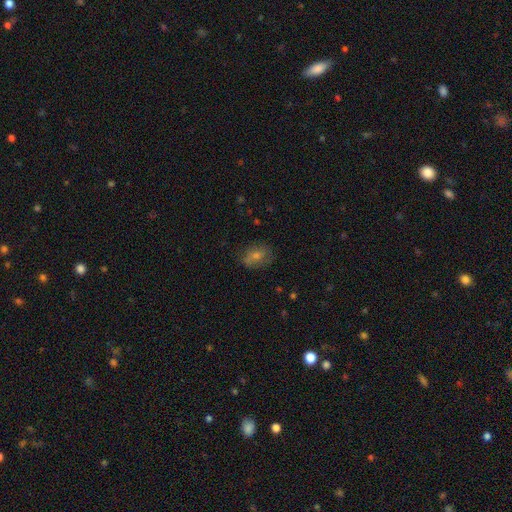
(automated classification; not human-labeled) smooth 52%, featured or disk 29%, star or artifact 19%. Down the decision tree: how rounded — in between (66%); merging — none (76%).